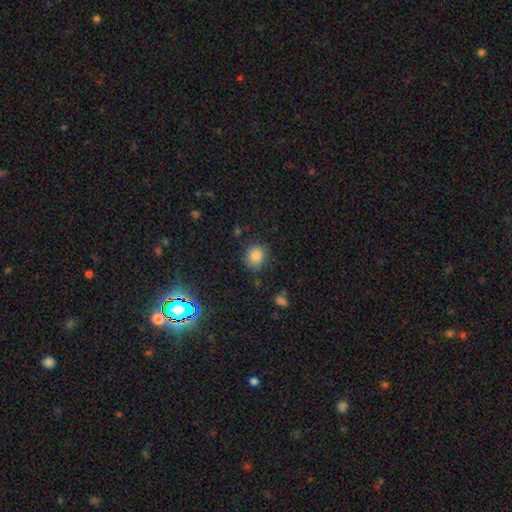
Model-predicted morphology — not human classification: Q: Smooth or featured?
A: smooth (84%); runner-up: star or artifact (11%)
Q: How rounded?
A: round (80%); runner-up: in between (20%)
Q: Merging?
A: none (81%); runner-up: minor disturbance (13%)